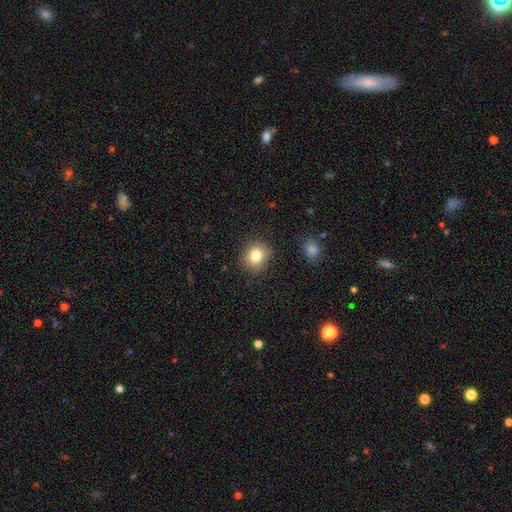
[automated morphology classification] Smooth or featured?
  - smooth: 81% *
  - star or artifact: 11%
  - featured or disk: 9%
How rounded?
  - round: 73% *
  - in between: 26%
  - cigar-shaped: 1%
Merging?
  - none: 86% *
  - minor disturbance: 10%
  - major disturbance: 3%
  - merger: 1%